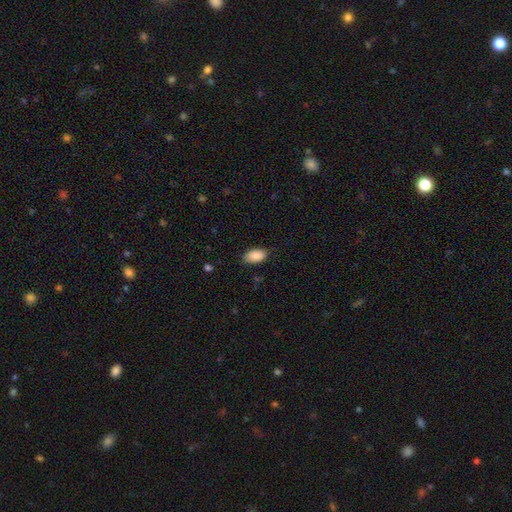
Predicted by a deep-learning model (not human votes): The model was most divided on "merging": none: 82%, minor disturbance: 14%, major disturbance: 3%, merger: 1%. More confident: how rounded — in between (94%); smooth or featured — smooth (90%).